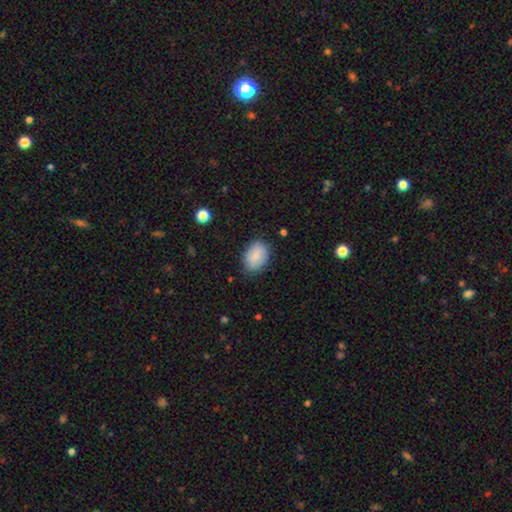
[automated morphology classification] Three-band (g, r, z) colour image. It shows a smooth galaxy with no disk features (87%) that is in between round and cigar-shaped (82%). Merging: none (81%).